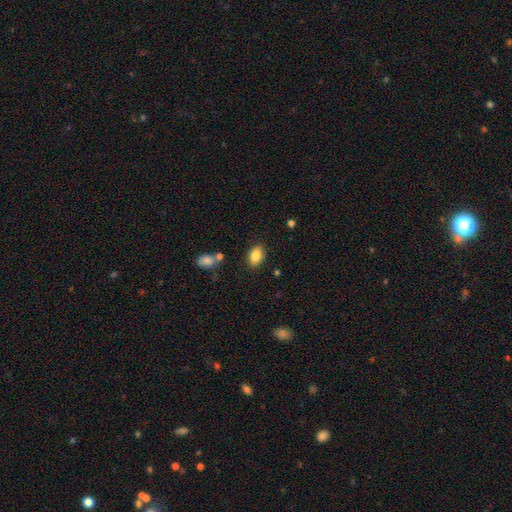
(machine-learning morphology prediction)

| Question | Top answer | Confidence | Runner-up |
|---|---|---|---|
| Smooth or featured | smooth | 84% | star or artifact (8%) |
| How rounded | in between | 87% | round (11%) |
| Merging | none | 85% | minor disturbance (10%) |